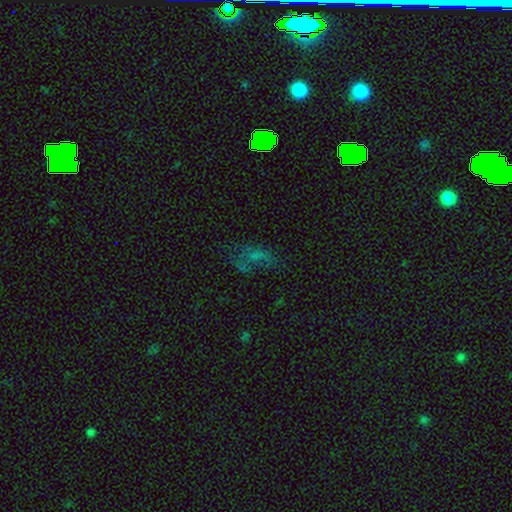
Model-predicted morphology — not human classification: Smooth or featured? smooth (41%)
Merging? none (43%)